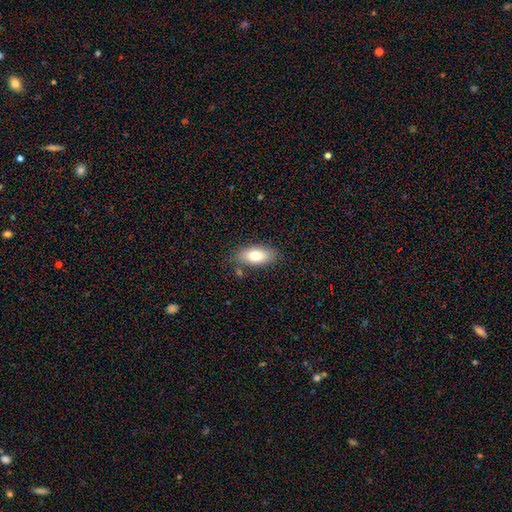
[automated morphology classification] This is likely a smooth galaxy (74%). How rounded: clearly in between (88%). Merging: likely none (80%).